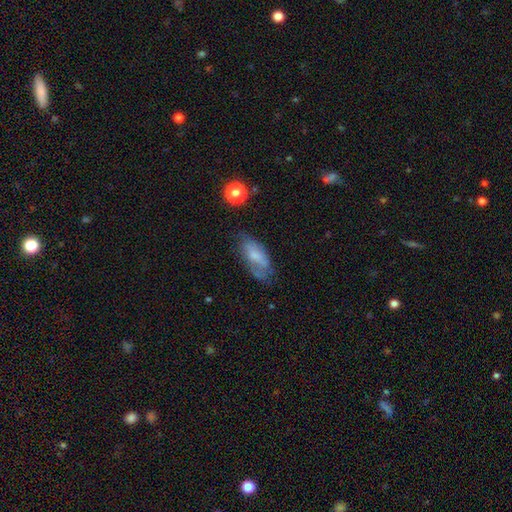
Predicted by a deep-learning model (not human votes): smooth 54%, featured or disk 37%, star or artifact 9%. Down the decision tree: how rounded — in between (83%); merging — none (53%).